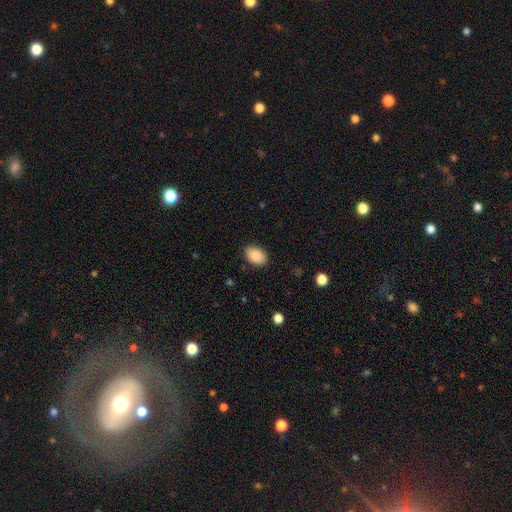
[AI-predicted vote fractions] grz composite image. It shows a smooth galaxy with no disk features (88%) that is in between round and cigar-shaped (86%). Merging: none (86%).